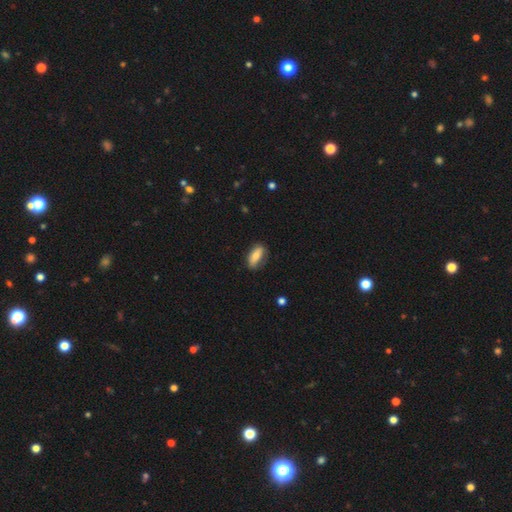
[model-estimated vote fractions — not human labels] Smooth or featured? smooth (71%)
How rounded? in between (80%)
Merging? none (76%)